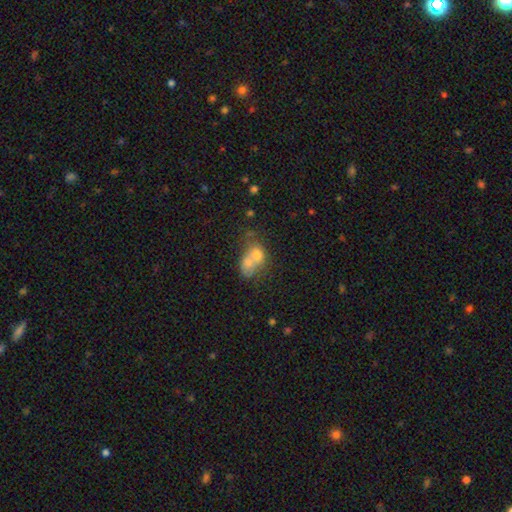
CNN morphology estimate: Smooth or featured: smooth — 66% (featured or disk — 22%)
How rounded: round — 54% (in between — 45%)
Merging: merger — 71% (none — 18%)